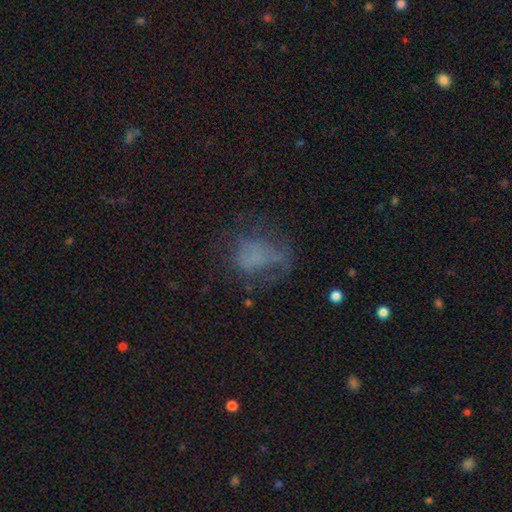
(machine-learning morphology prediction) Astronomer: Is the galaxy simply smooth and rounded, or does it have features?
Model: smooth — 46% (runner-up: featured or disk, 34%).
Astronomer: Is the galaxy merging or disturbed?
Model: none — 44% (runner-up: major disturbance, 32%).